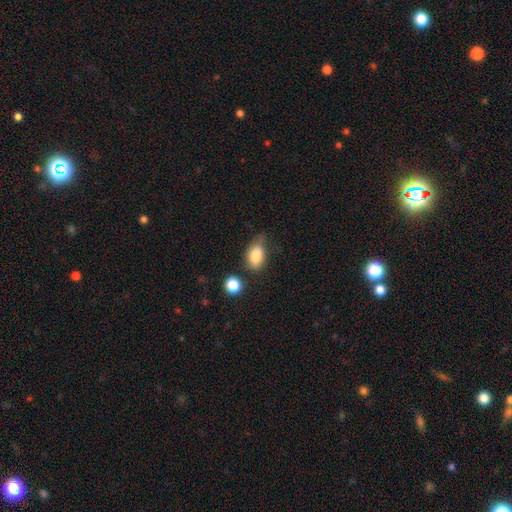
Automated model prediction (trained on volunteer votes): smooth 82%, featured or disk 9%, star or artifact 9%. Down the decision tree: how rounded — in between (85%); merging — none (47%).